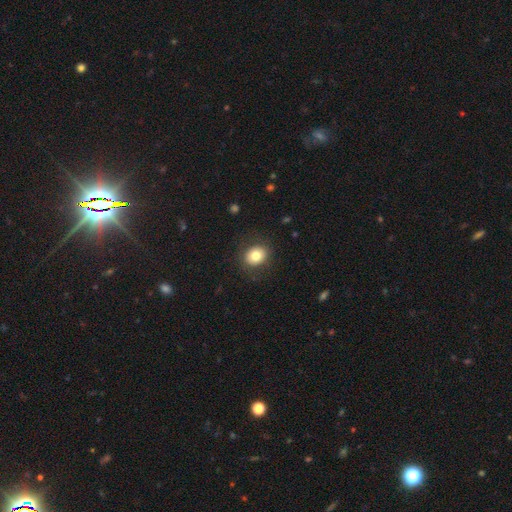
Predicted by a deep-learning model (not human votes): A smooth galaxy with no disk features (80%) that is round (62%). Merging: none (85%).